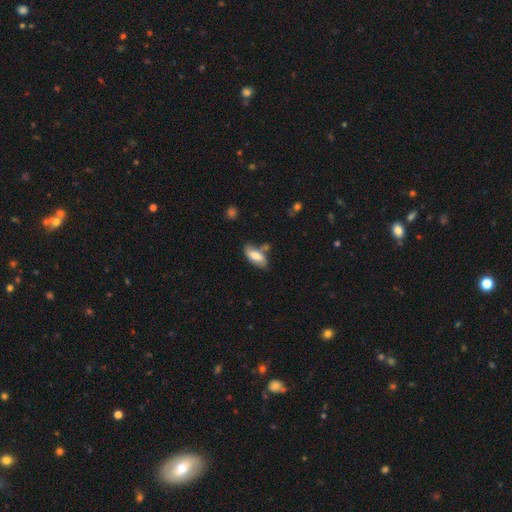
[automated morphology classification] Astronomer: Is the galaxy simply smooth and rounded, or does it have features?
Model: smooth — 72%.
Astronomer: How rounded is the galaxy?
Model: in between — 83%.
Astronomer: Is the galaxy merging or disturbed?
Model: none — 57%.